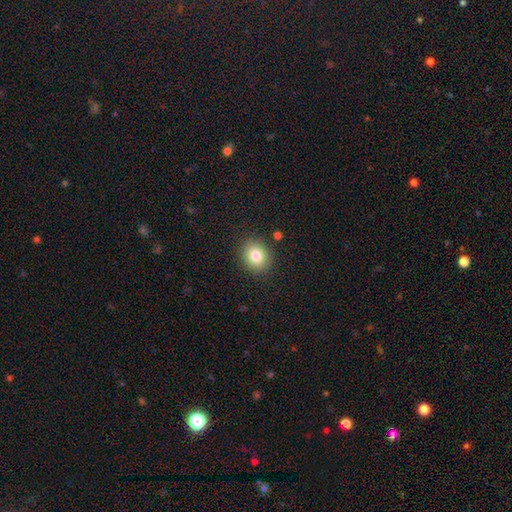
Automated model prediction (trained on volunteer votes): Morphology: type=smooth (81%); roundness=round (65%); merging=none (88%).